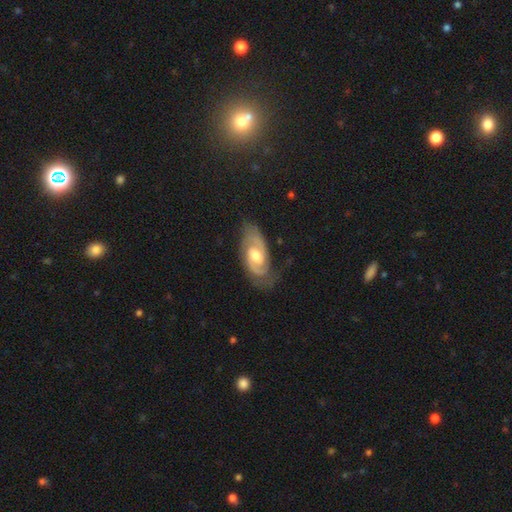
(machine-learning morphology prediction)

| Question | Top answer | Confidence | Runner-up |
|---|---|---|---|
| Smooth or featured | featured or disk | 85% | smooth (10%) |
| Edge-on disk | no | 95% | yes (5%) |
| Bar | no | 47% | weak (44%) |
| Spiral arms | yes | 96% | no (4%) |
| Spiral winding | tight | 47% | medium (42%) |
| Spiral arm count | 2 | 86% | can't tell (7%) |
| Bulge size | moderate | 69% | small (18%) |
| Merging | none | 72% | minor disturbance (19%) |